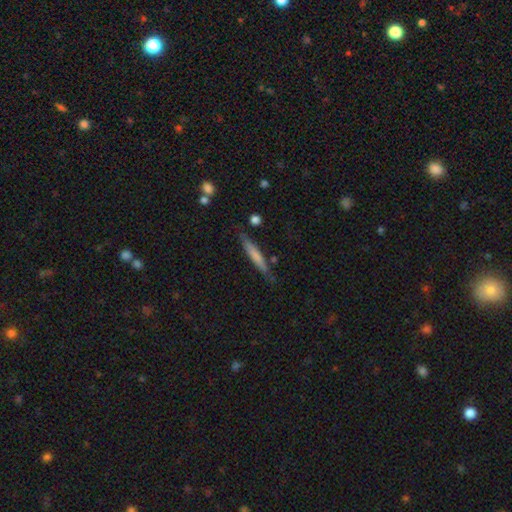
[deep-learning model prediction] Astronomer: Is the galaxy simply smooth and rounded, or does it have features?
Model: smooth — 66%.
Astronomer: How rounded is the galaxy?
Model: cigar-shaped — 94%.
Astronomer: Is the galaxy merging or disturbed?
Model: none — 81%.